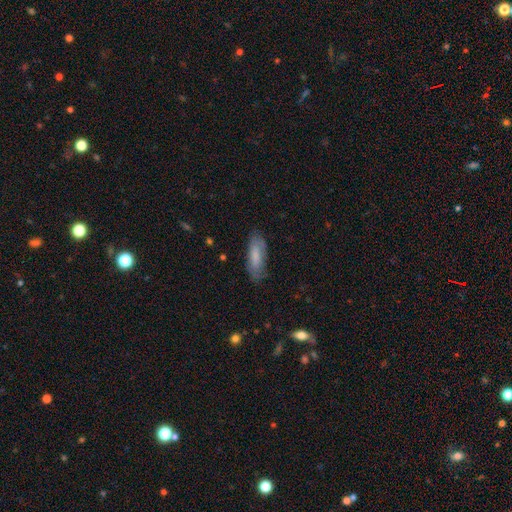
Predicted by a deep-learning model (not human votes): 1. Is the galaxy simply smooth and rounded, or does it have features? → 73% smooth, 21% featured or disk, 6% star or artifact.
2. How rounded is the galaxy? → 63% in between, 36% cigar-shaped, 2% round.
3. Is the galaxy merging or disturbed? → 77% none, 17% minor disturbance, 4% major disturbance, 1% merger.